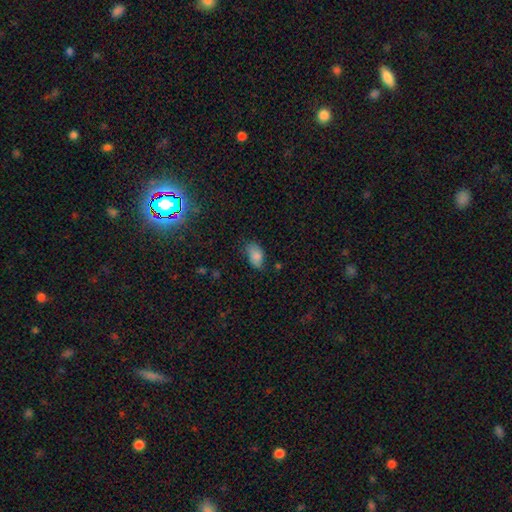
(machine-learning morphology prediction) This is clearly a smooth galaxy (82%). How rounded: clearly in between (92%). Merging: possibly none (59%).